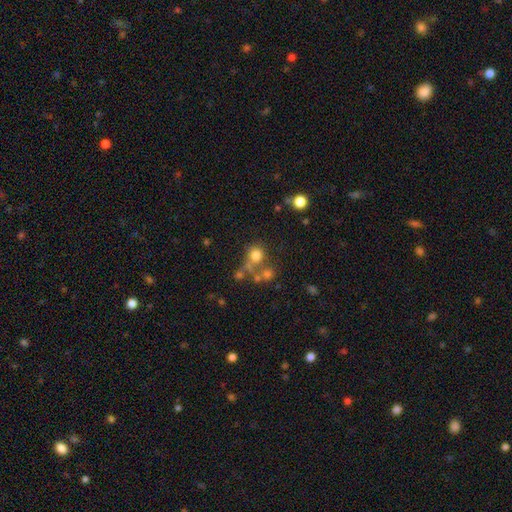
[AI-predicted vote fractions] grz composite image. It shows a smooth galaxy with no disk features (70%) that is round (87%). Merging: none (52%).